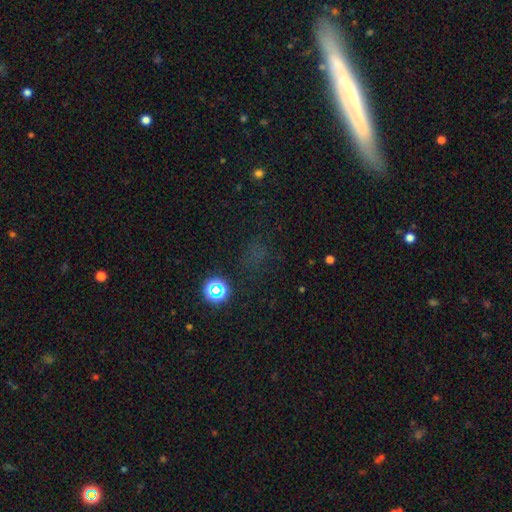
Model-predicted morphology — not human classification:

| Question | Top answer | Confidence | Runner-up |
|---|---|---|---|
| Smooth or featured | star or artifact | 48% | smooth (41%) |